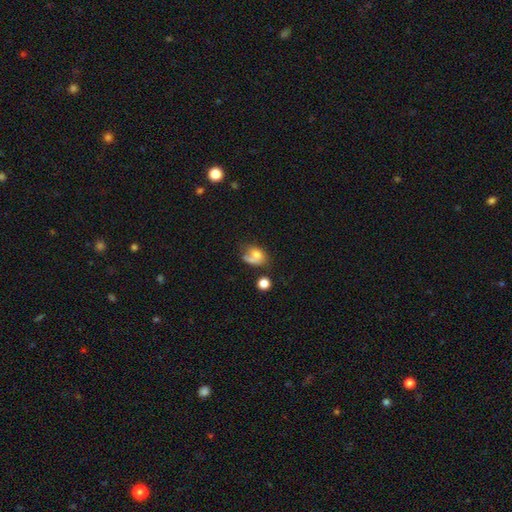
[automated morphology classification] This appears to be a smooth galaxy with no disk features (61%) that is in between round and cigar-shaped (65%). Merging: none (31%).